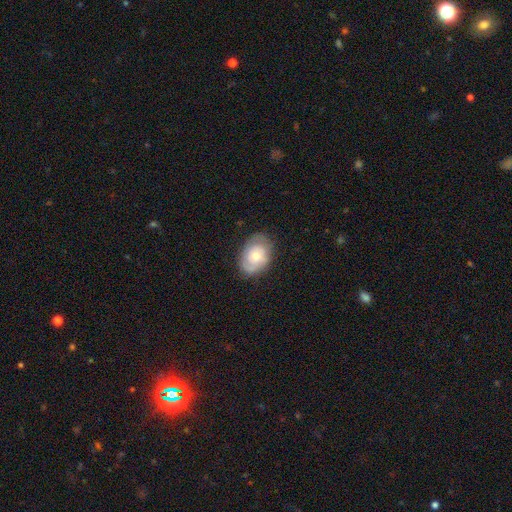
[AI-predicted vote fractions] featured or disk 48%, smooth 45%, star or artifact 7%. Down the decision tree: merging — none (73%).